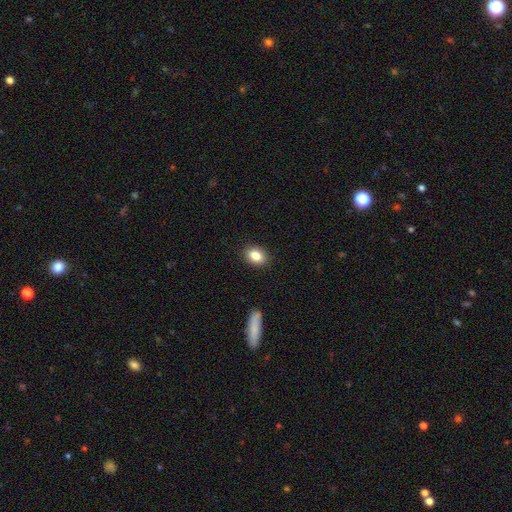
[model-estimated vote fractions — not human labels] Smooth or featured?
  - smooth: 84% *
  - star or artifact: 9%
  - featured or disk: 8%
How rounded?
  - in between: 71% *
  - round: 28%
  - cigar-shaped: 1%
Merging?
  - none: 89% *
  - minor disturbance: 8%
  - major disturbance: 2%
  - merger: 1%